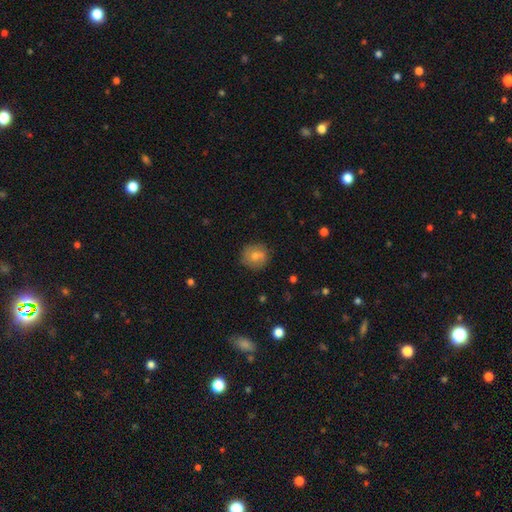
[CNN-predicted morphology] Smooth or featured: smooth — 68% (featured or disk — 23%)
How rounded: round — 87% (in between — 12%)
Merging: none — 71% (minor disturbance — 16%)